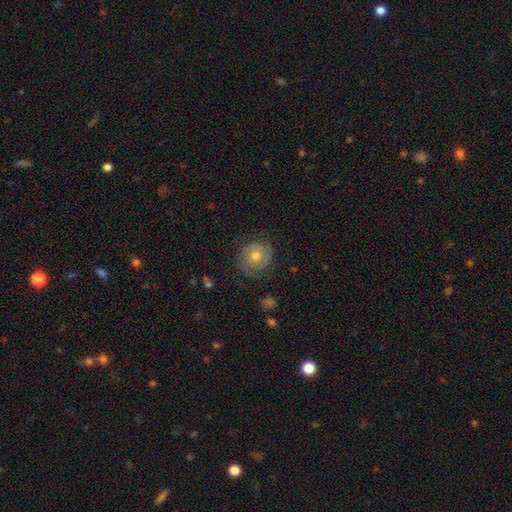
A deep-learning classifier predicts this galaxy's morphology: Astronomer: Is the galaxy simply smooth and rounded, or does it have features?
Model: featured or disk — 61%.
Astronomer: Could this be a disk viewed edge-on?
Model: no — 97%.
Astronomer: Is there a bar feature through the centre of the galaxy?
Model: no — 82%.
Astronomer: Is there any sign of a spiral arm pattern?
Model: yes — 83%.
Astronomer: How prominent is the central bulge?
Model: moderate — 70%.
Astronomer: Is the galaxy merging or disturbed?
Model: none — 78%.